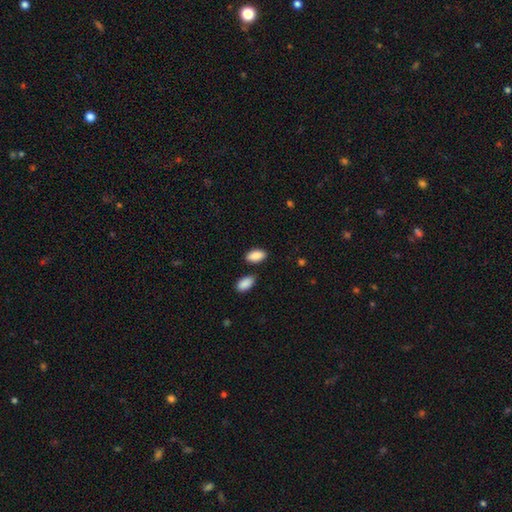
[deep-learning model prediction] This is clearly a smooth galaxy (90%). How rounded: clearly in between (93%). Merging: likely none (79%).